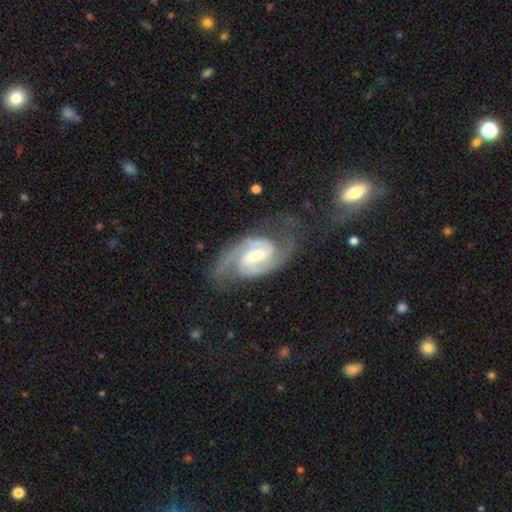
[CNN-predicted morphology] type=featured or disk (90%); edge-on=no (97%); bar=weak (54%); spiral arms=yes (98%); winding=medium (52%); arm count=2 (87%); bulge=moderate (50%); merging=none (68%).